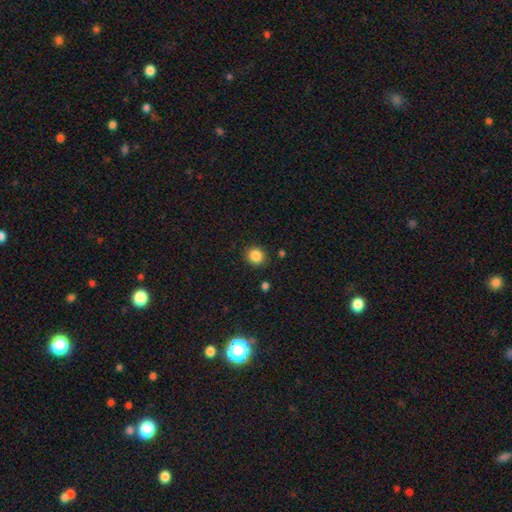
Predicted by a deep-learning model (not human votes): This is clearly a smooth galaxy (86%). How rounded: clearly round (87%). Merging: clearly none (89%).